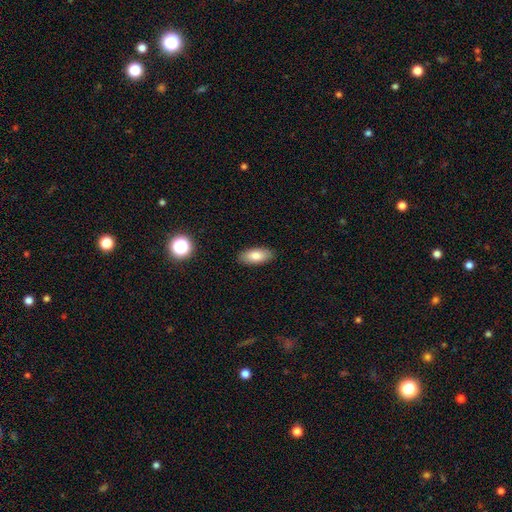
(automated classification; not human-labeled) This appears to be a smooth galaxy with no disk features (80%) that is in between round and cigar-shaped (86%). Merging: none (89%).